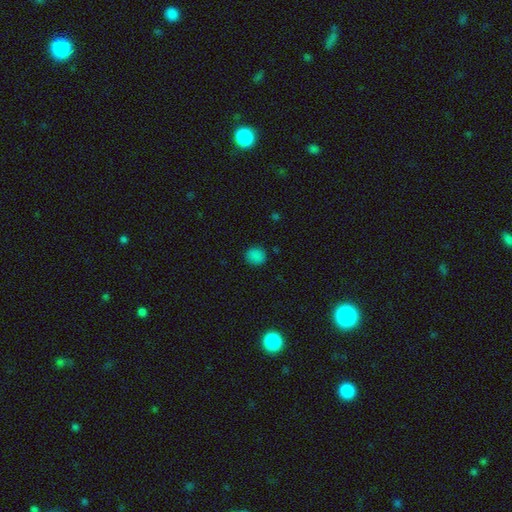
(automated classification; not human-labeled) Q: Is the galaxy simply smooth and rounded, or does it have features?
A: smooth — 81%.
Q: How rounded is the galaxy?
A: round — 80%.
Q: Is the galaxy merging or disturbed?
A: none — 86%.